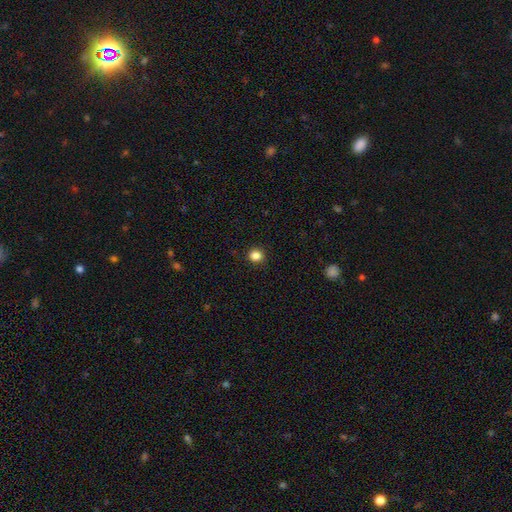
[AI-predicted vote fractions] The model was most divided on "smooth or featured": smooth: 85%, star or artifact: 12%, featured or disk: 4%. More confident: merging — none (92%); how rounded — round (88%).